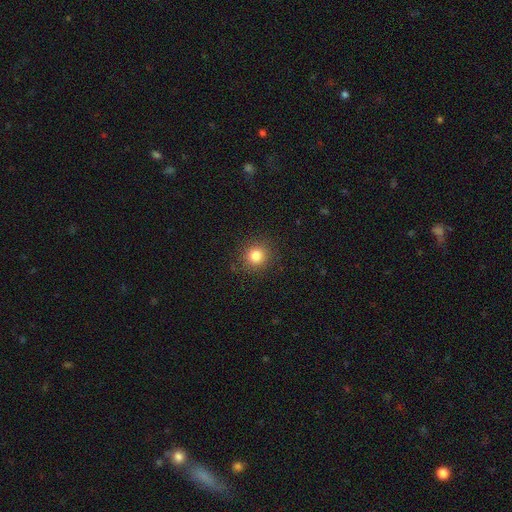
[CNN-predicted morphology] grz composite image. It shows a smooth galaxy with no disk features (82%) that is round (90%). Merging: none (89%).